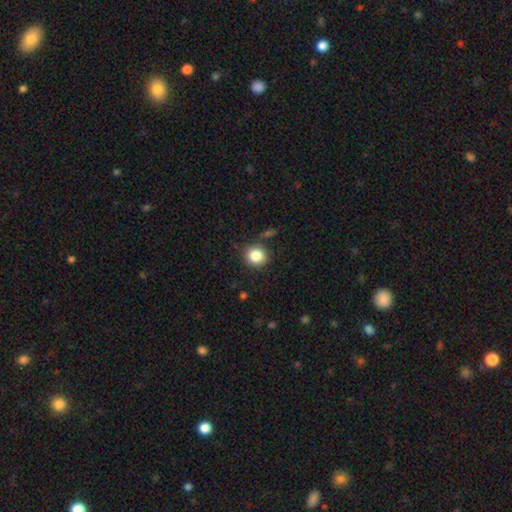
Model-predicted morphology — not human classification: Overall: smooth (84%). How rounded: round (89%). Merging: none (84%).